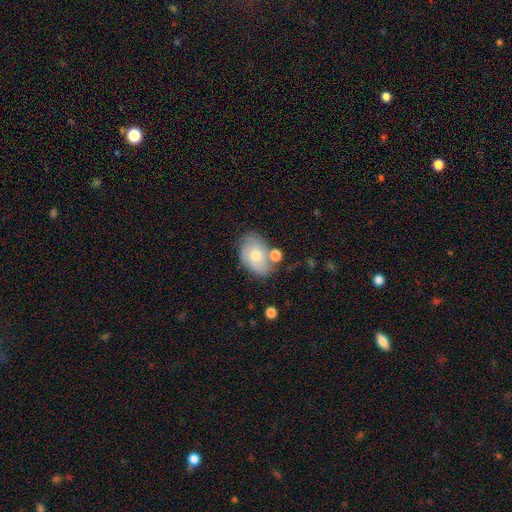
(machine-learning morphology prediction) Smooth or featured? Predicted: smooth (p=0.57). How rounded? Predicted: in between (p=0.77). Merging? Predicted: none (p=0.57).